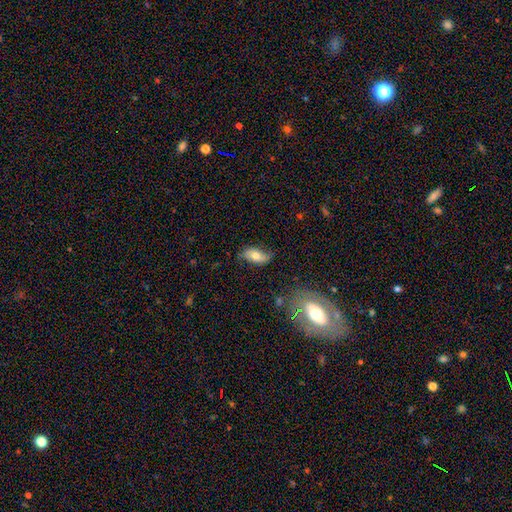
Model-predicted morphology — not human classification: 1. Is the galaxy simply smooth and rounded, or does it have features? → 55% smooth, 38% featured or disk, 8% star or artifact.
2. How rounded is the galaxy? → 90% in between, 5% cigar-shaped, 5% round.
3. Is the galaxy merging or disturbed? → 65% none, 25% minor disturbance, 7% major disturbance, 2% merger.